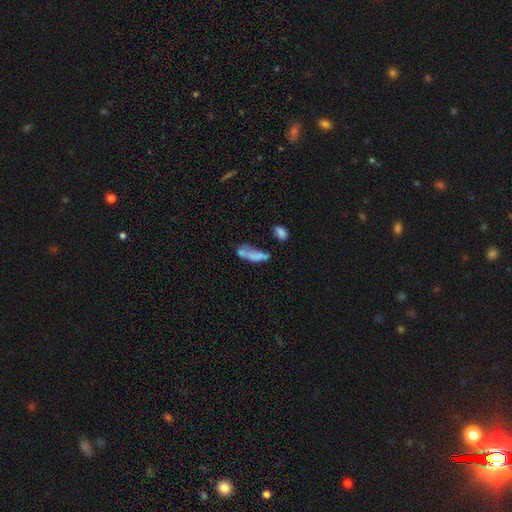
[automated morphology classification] Q: Smooth or featured?
A: smooth (59%); runner-up: featured or disk (30%)
Q: How rounded?
A: in between (59%); runner-up: cigar-shaped (38%)
Q: Merging?
A: merger (34%); runner-up: none (26%)